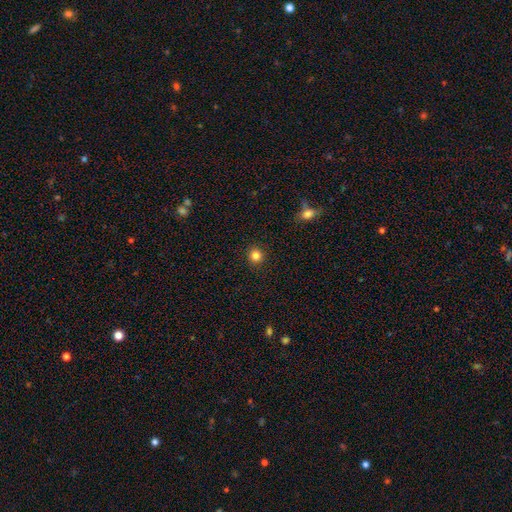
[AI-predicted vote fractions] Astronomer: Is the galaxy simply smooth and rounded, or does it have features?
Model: smooth — 84%.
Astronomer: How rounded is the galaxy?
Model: round — 93%.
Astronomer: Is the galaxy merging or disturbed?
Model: none — 92%.